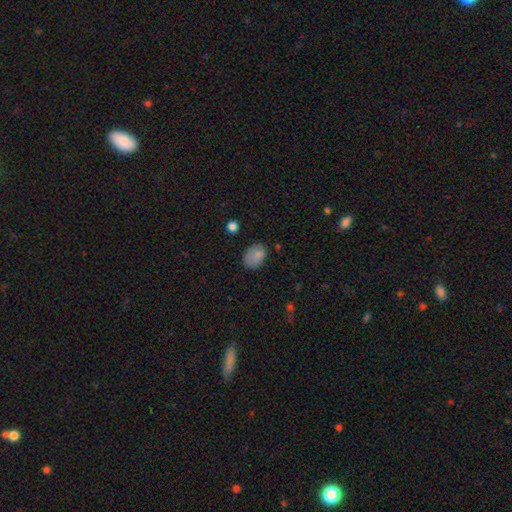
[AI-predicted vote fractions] A smooth galaxy with no disk features (83%) that is in between round and cigar-shaped (69%). Merging: none (70%).